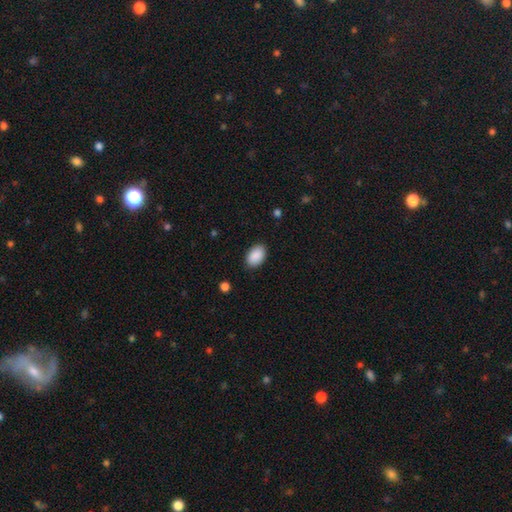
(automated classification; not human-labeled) smooth 91%, star or artifact 6%, featured or disk 3%. Down the decision tree: how rounded — in between (90%); merging — none (88%).